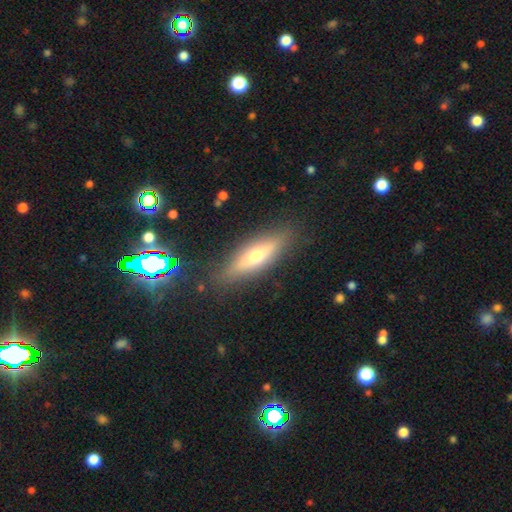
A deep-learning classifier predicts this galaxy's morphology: The model was most divided on "smooth or featured": smooth: 49%, featured or disk: 40%, star or artifact: 11%. More confident: merging — none (85%).